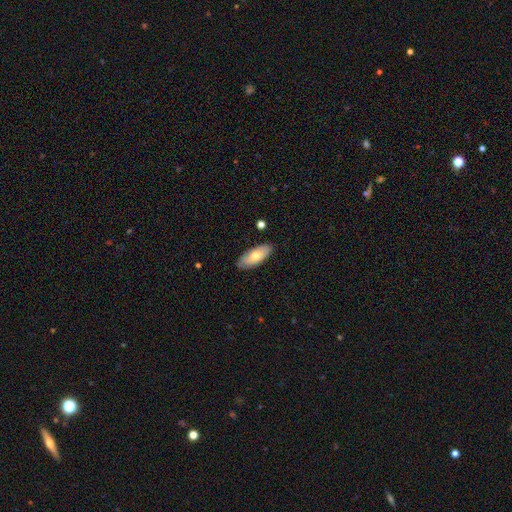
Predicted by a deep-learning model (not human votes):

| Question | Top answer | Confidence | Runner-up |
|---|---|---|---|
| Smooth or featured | smooth | 68% | featured or disk (26%) |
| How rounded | in between | 81% | cigar-shaped (16%) |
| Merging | none | 87% | minor disturbance (10%) |